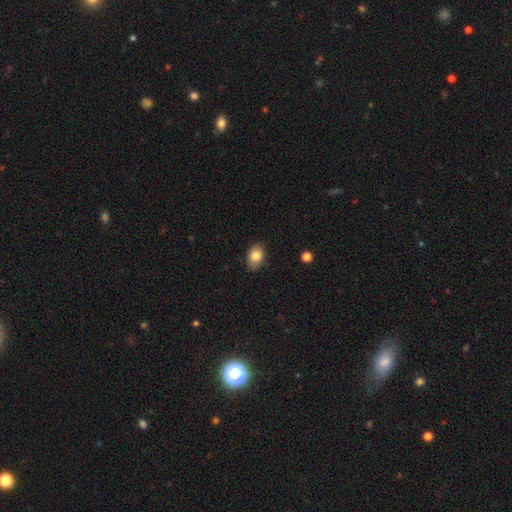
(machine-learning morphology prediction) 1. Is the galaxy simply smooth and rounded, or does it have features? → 82% smooth, 10% featured or disk, 8% star or artifact.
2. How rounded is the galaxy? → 82% in between, 17% round, 1% cigar-shaped.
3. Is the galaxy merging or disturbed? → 82% none, 14% minor disturbance, 3% major disturbance, 1% merger.